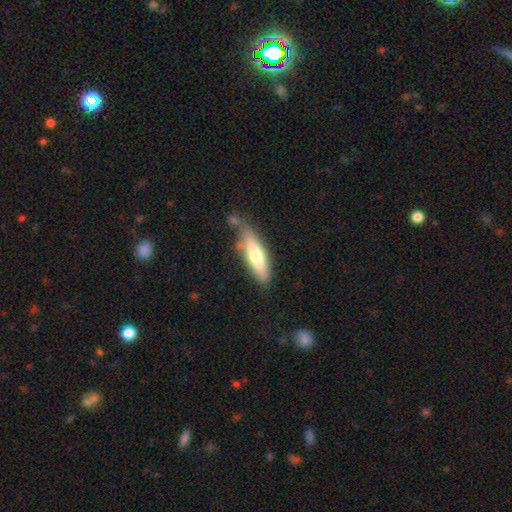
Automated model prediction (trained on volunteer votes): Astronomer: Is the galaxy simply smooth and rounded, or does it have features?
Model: smooth — 65%.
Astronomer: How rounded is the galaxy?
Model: cigar-shaped — 67%.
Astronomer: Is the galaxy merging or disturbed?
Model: none — 62%.